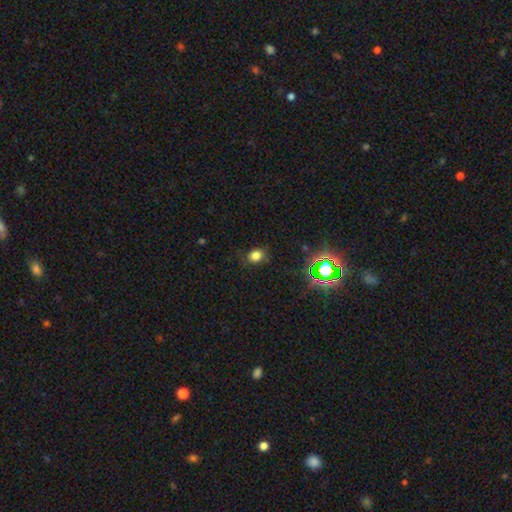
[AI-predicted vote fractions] smooth 76%, star or artifact 18%, featured or disk 6%. Down the decision tree: how rounded — round (53%); merging — none (78%).